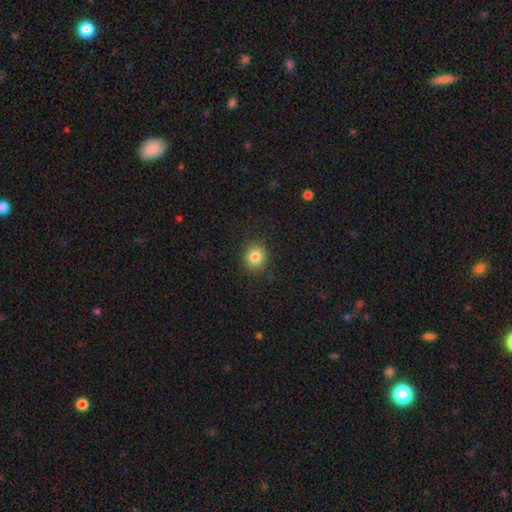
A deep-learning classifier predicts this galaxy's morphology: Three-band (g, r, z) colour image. It shows a smooth galaxy with no disk features (83%) that is round (82%). Merging: none (88%).